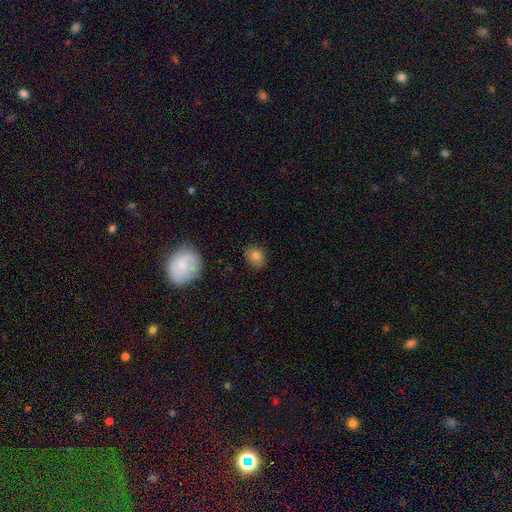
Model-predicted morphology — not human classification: smooth_or_featured: smooth (p=0.80) [alt: star or artifact p=0.11]
how_rounded: round (p=0.59) [alt: in between p=0.40]
merging: none (p=0.80) [alt: minor disturbance p=0.15]